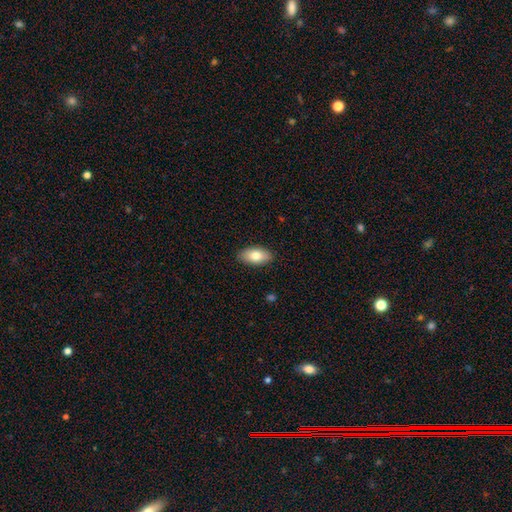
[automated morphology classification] Q: Smooth or featured?
A: smooth (80%); runner-up: featured or disk (13%)
Q: How rounded?
A: in between (93%); runner-up: round (4%)
Q: Merging?
A: none (89%); runner-up: minor disturbance (8%)